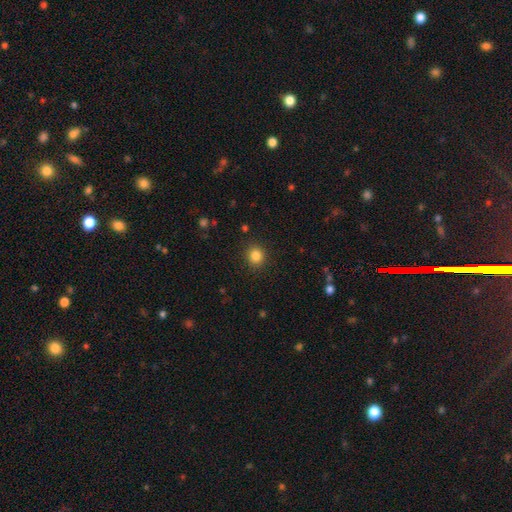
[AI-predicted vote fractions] smooth_or_featured: smooth (p=0.84) [alt: star or artifact p=0.12]
how_rounded: round (p=0.88) [alt: in between p=0.11]
merging: none (p=0.90) [alt: minor disturbance p=0.06]